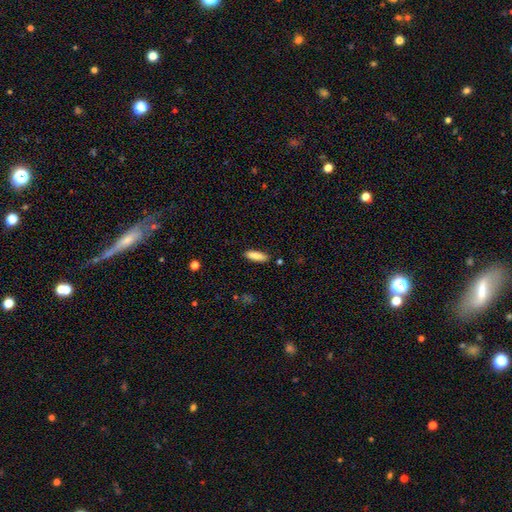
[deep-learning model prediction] Overall: smooth (87%). How rounded: cigar-shaped (55%; in between 44%). Merging: none (87%).